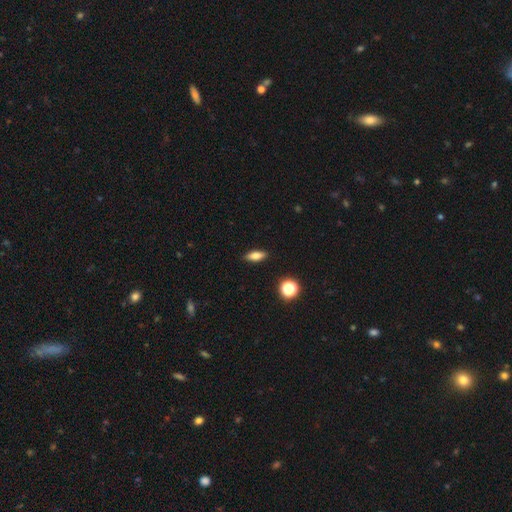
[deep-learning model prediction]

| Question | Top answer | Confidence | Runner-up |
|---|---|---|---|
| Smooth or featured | smooth | 74% | featured or disk (17%) |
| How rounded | in between | 65% | cigar-shaped (29%) |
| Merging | none | 89% | minor disturbance (8%) |